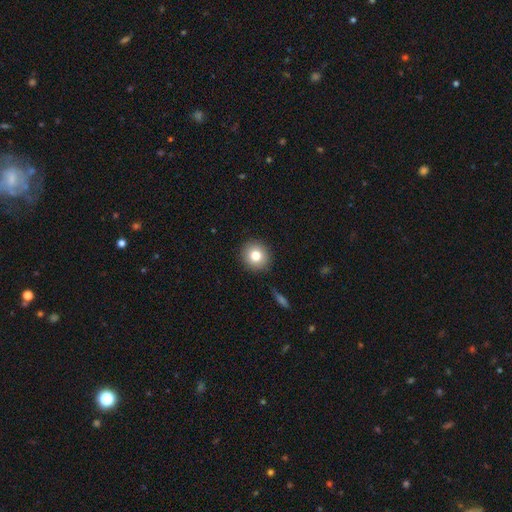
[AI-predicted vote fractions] A smooth galaxy with no disk features (78%) that is round (91%).

Vote fractions:
- Smooth or featured? smooth: 78% / featured or disk: 11% / star or artifact: 10%
- How rounded? round: 91% / in between: 8% / cigar-shaped: 1%
- Merging? none: 91% / minor disturbance: 6% / major disturbance: 2% / merger: 1%